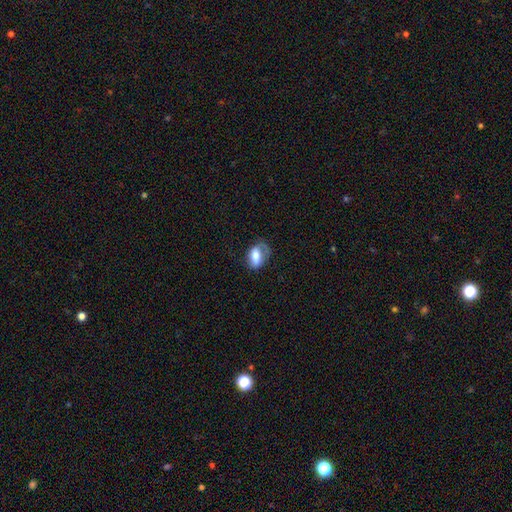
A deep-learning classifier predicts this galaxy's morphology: smooth-or-featured: smooth: 65% | featured or disk: 27% | star or artifact: 8%
  how-rounded: in between: 86% | round: 11% | cigar-shaped: 3%
  merging: none: 49% | minor disturbance: 30% | major disturbance: 19% | merger: 2%